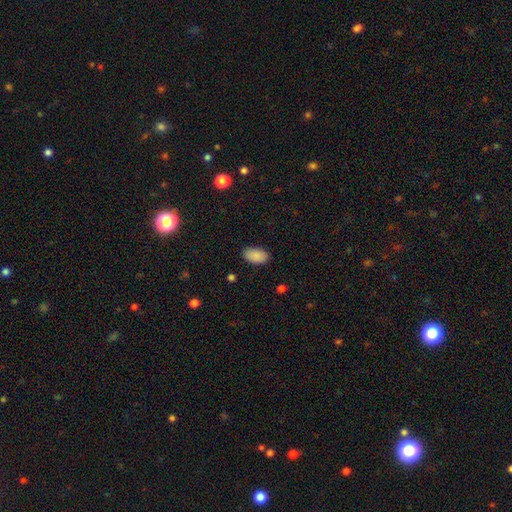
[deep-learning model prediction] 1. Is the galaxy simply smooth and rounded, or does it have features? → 89% smooth, 7% star or artifact, 3% featured or disk.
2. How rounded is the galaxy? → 94% in between, 5% round, 1% cigar-shaped.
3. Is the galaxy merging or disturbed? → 87% none, 9% minor disturbance, 2% major disturbance, 1% merger.